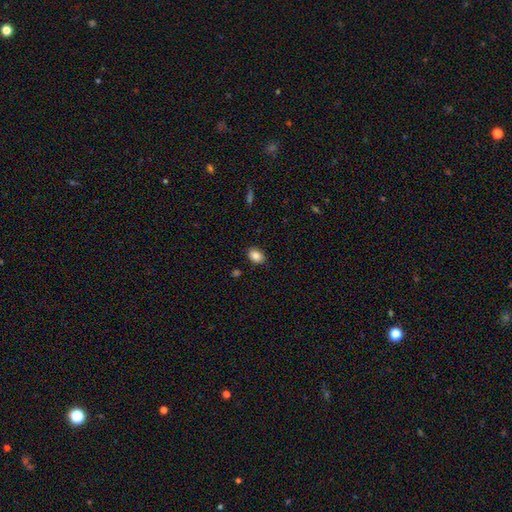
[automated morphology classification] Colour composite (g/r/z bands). It shows a smooth galaxy with no disk features (85%) that is in between round and cigar-shaped (75%). Merging: none (85%).